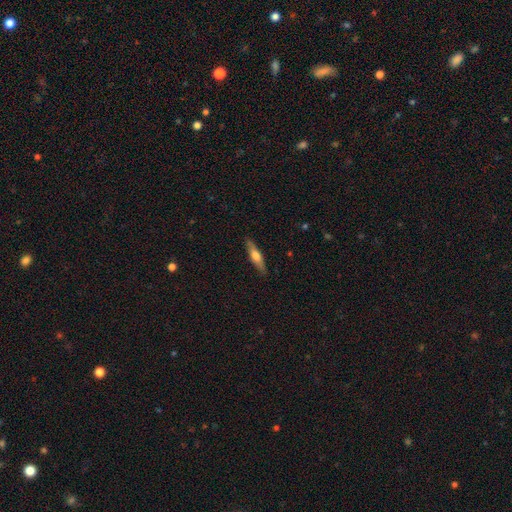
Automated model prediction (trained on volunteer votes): smooth 51%, featured or disk 43%, star or artifact 6%. Down the decision tree: how rounded — cigar-shaped (77%); merging — none (88%).